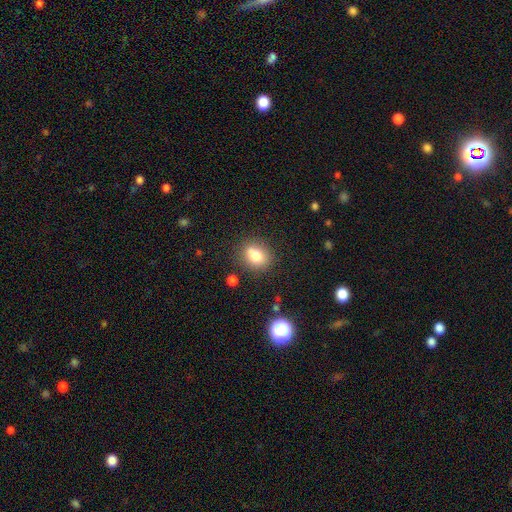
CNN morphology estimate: smooth-or-featured: smooth: 77% | featured or disk: 12% | star or artifact: 11%
  how-rounded: round: 61% | in between: 38% | cigar-shaped: 1%
  merging: none: 74% | minor disturbance: 15% | merger: 8% | major disturbance: 4%